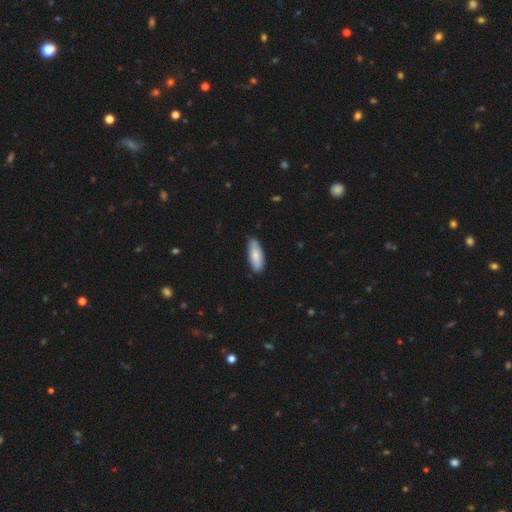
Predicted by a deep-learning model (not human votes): The model was most divided on "how rounded": in between: 72%, cigar-shaped: 26%, round: 2%. More confident: merging — none (84%); smooth or featured — smooth (81%).